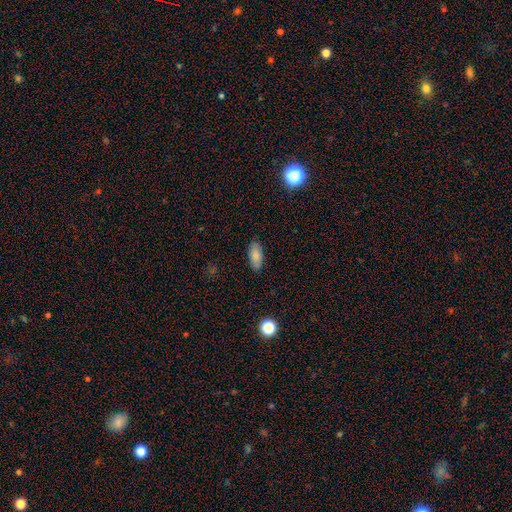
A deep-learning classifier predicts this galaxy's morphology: type=smooth (83%); roundness=in between (86%); merging=none (85%).